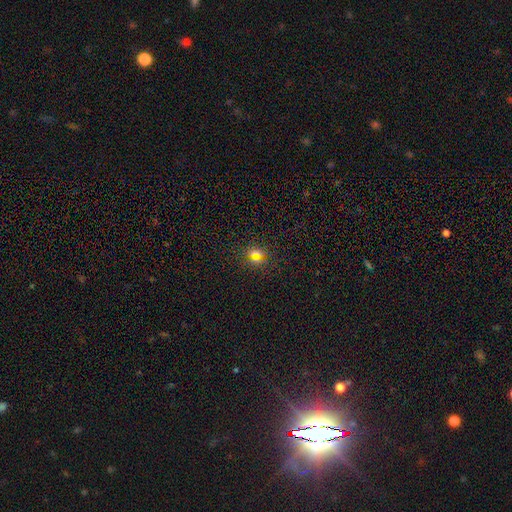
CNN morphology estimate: Q: Smooth or featured?
A: smooth (52%); runner-up: star or artifact (39%)
Q: How rounded?
A: round (77%); runner-up: in between (19%)
Q: Merging?
A: none (83%); runner-up: minor disturbance (9%)